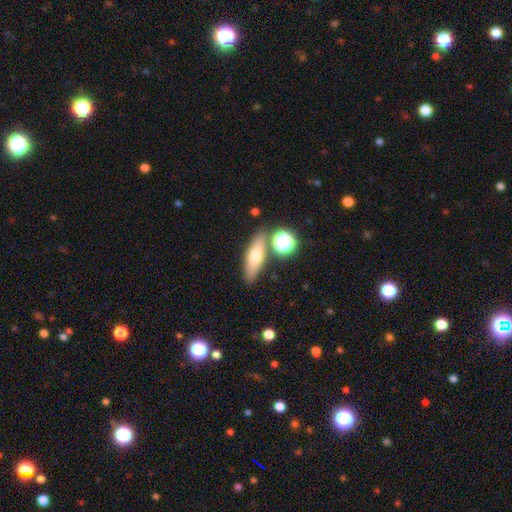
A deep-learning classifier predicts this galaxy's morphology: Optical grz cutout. It shows a smooth galaxy with no disk features (61%) that is cigar-shaped (49%). Merging: none (77%).